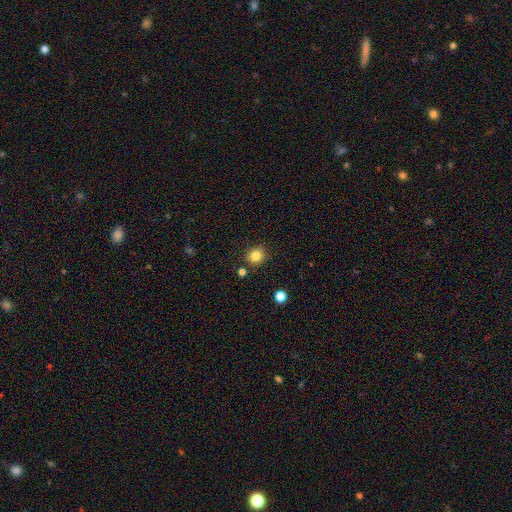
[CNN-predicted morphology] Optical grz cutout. It shows a smooth galaxy with no disk features (83%) that is round (83%). Merging: none (85%).